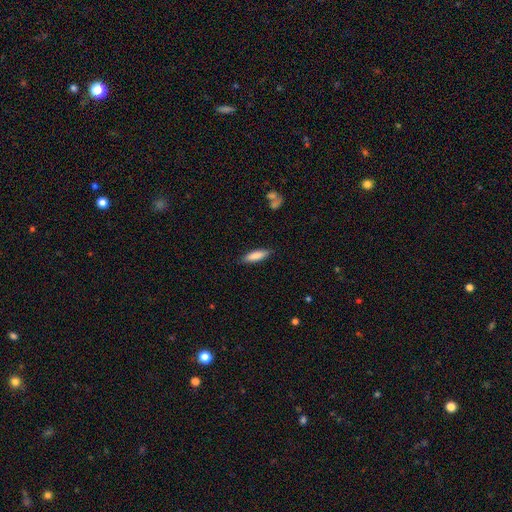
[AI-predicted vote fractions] This is clearly a smooth galaxy (83%). How rounded: possibly cigar-shaped (58%). Merging: clearly none (86%).